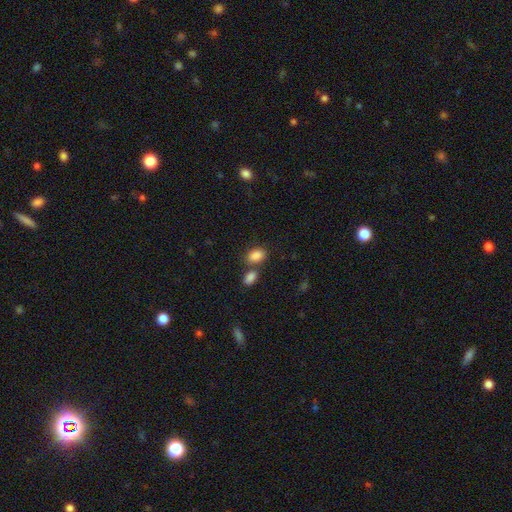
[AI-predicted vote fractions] Smooth or featured: smooth — 87% (star or artifact — 8%)
How rounded: in between — 86% (round — 13%)
Merging: none — 54% (merger — 32%)